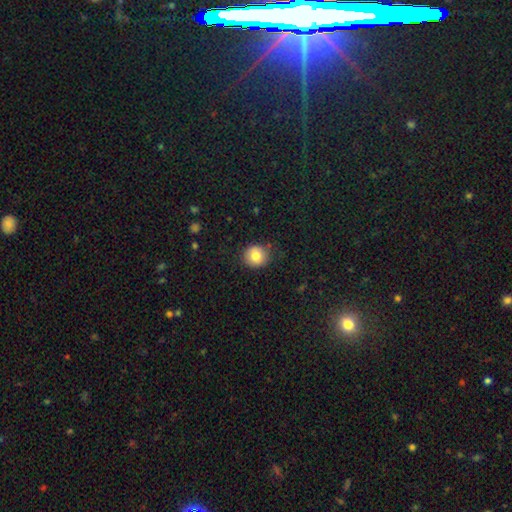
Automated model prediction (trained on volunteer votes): The model was most divided on "smooth or featured": smooth: 81%, star or artifact: 9%, featured or disk: 9%. More confident: how rounded — round (90%); merging — none (85%).